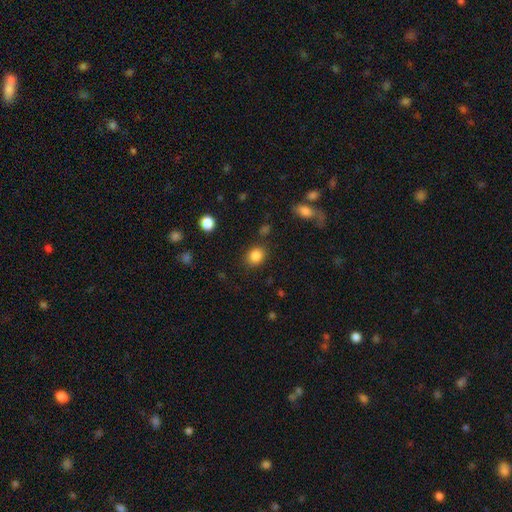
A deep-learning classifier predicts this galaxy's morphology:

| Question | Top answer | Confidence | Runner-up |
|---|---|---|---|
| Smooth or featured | smooth | 85% | star or artifact (10%) |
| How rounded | round | 57% | in between (42%) |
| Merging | none | 84% | minor disturbance (10%) |